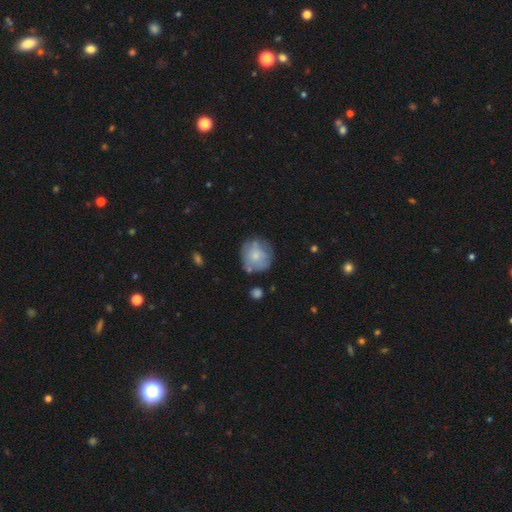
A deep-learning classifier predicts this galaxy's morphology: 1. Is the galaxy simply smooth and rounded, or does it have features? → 66% smooth, 27% featured or disk, 7% star or artifact.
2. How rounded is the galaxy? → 88% round, 11% in between, 1% cigar-shaped.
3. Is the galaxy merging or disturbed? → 63% none, 22% minor disturbance, 8% major disturbance, 7% merger.